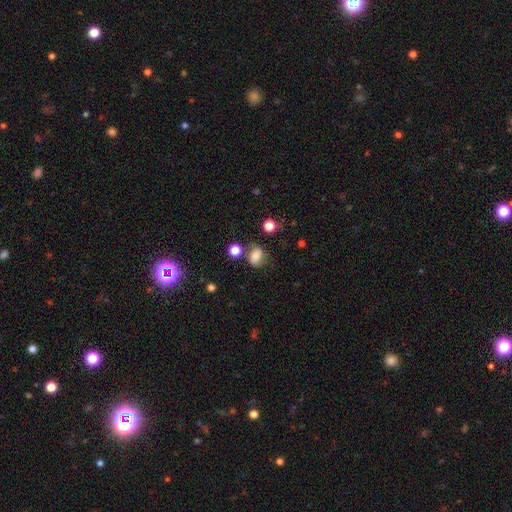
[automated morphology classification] A smooth galaxy with no disk features (68%) that is in between round and cigar-shaped (53%). Merging: none (64%).